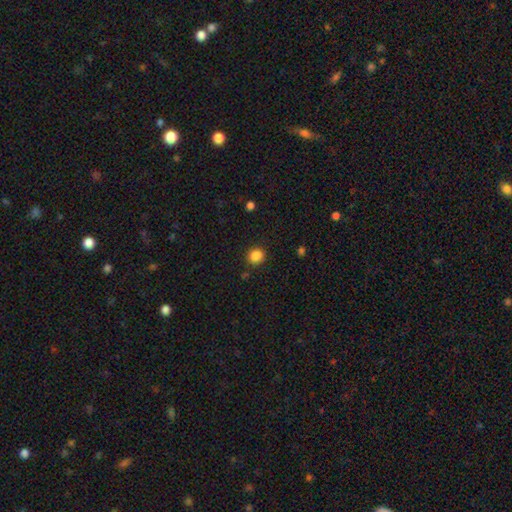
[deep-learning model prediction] Smooth or featured: smooth — 86% (star or artifact — 11%)
How rounded: round — 72% (in between — 27%)
Merging: none — 85% (minor disturbance — 10%)